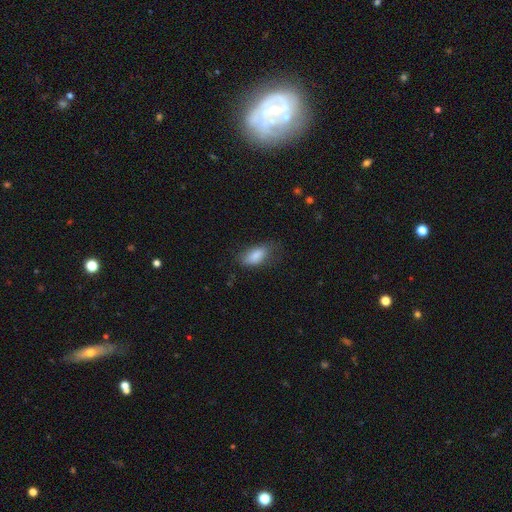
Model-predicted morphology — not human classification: This appears to be a smooth galaxy with no disk features (84%) that is in between round and cigar-shaped (88%). Merging: none (59%).